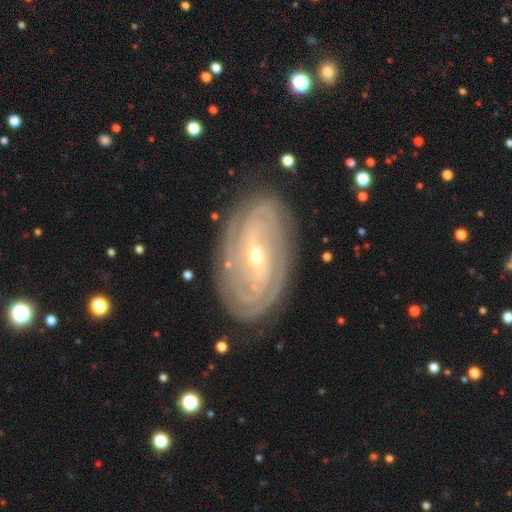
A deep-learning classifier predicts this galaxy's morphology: Smooth or featured: featured or disk — 88% (smooth — 7%)
Edge-on disk: no — 94% (yes — 6%)
Bar: weak — 40% (strong — 32%)
Spiral arms: yes — 96% (no — 4%)
Spiral winding: tight — 76% (medium — 19%)
Spiral arm count: can't tell — 30% (2 — 25%)
Bulge size: small — 63% (moderate — 35%)
Merging: none — 83% (minor disturbance — 12%)